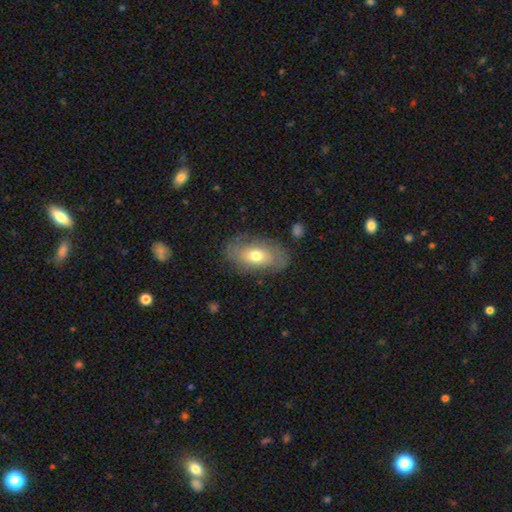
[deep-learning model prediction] Smooth or featured? smooth (55%)
How rounded? in between (89%)
Merging? none (76%)